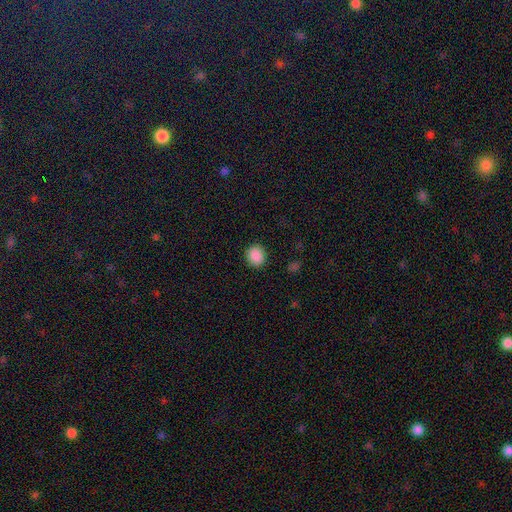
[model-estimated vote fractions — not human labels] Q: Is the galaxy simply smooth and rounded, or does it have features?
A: smooth — 89%.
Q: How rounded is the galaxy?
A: round — 78%.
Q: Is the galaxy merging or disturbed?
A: none — 89%.